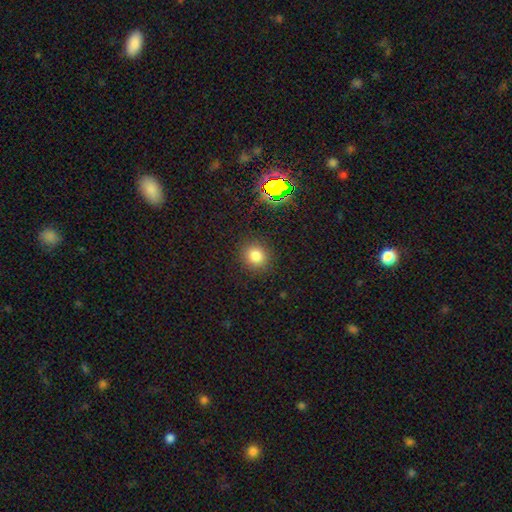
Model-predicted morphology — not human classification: smooth-or-featured: smooth: 78% | star or artifact: 17% | featured or disk: 6%
  how-rounded: round: 79% | in between: 21% | cigar-shaped: 1%
  merging: none: 88% | minor disturbance: 8% | major disturbance: 3% | merger: 1%